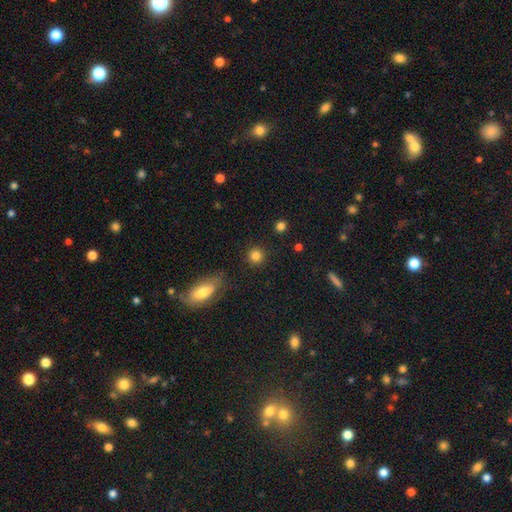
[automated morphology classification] type=smooth (84%); roundness=round (92%); merging=none (89%).